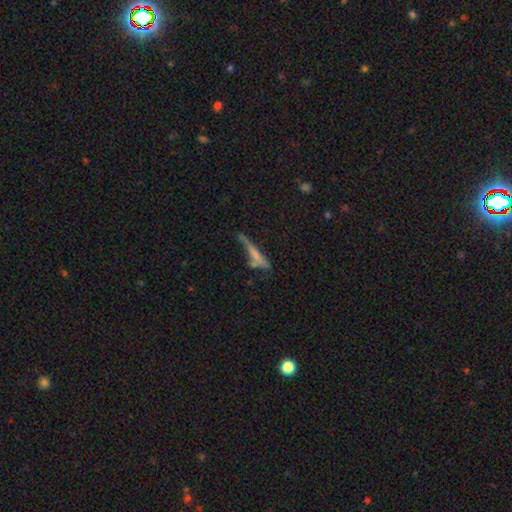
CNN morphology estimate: The model was most divided on "smooth or featured": smooth: 52%, featured or disk: 39%, star or artifact: 9%. Remaining: how rounded — cigar-shaped (90%); merging — none (46%).